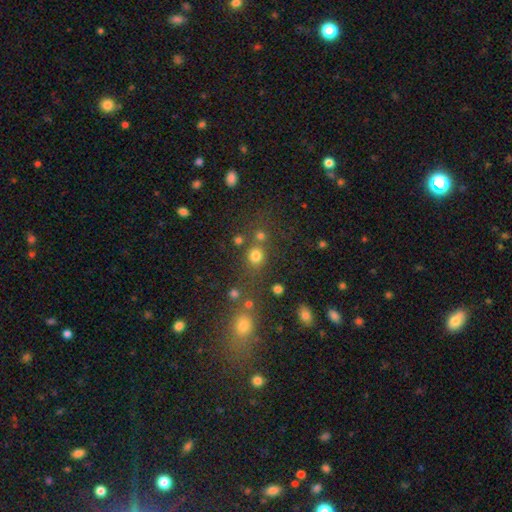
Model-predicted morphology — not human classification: This is likely a smooth galaxy (75%). How rounded: clearly round (84%). Merging: likely none (65%).